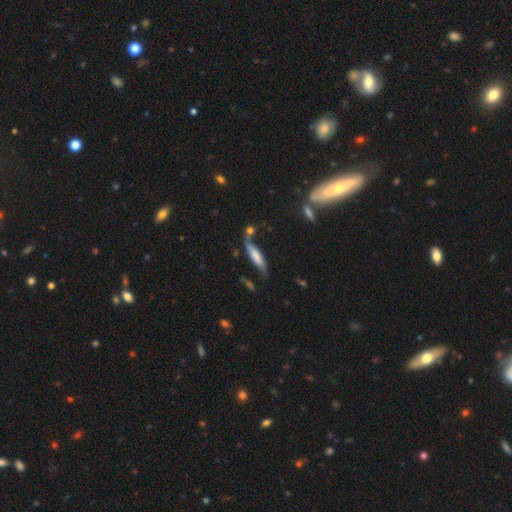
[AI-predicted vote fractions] This is possibly a smooth galaxy (50%). How rounded: likely cigar-shaped (65%). Merging: possibly none (46%).